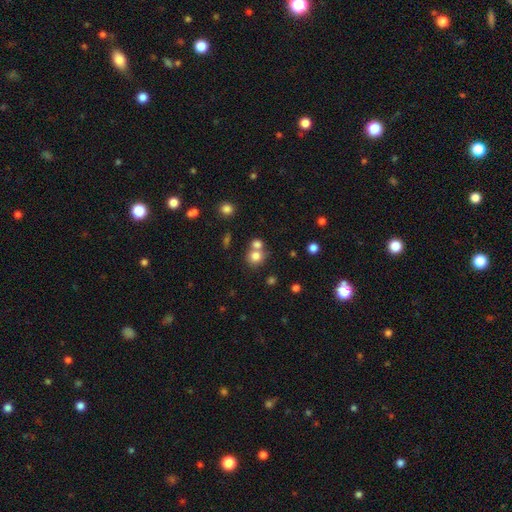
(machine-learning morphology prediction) Smooth or featured? smooth (77%)
How rounded? round (83%)
Merging? none (50%)